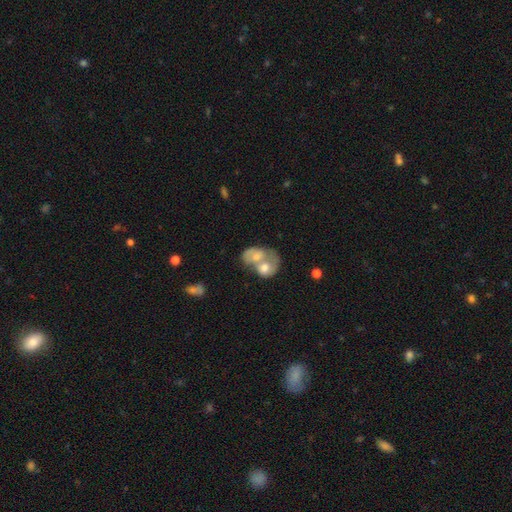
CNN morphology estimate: Overall: smooth (57%; featured or disk 36%). How rounded: in between (64%; round 35%). Merging: merger (81%).